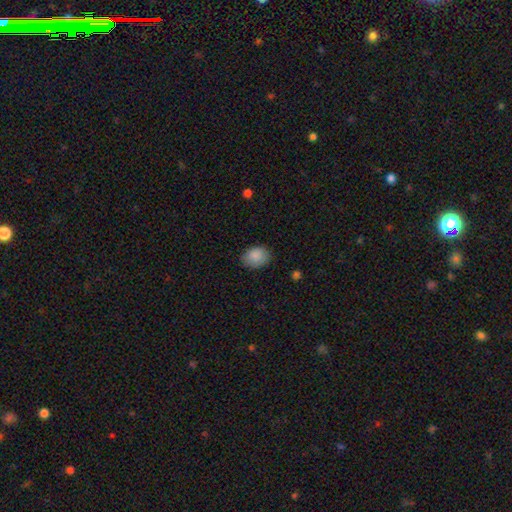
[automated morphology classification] The model was most divided on "how rounded": in between: 71%, round: 28%, cigar-shaped: 1%. More confident: smooth or featured — smooth (88%); merging — none (79%).